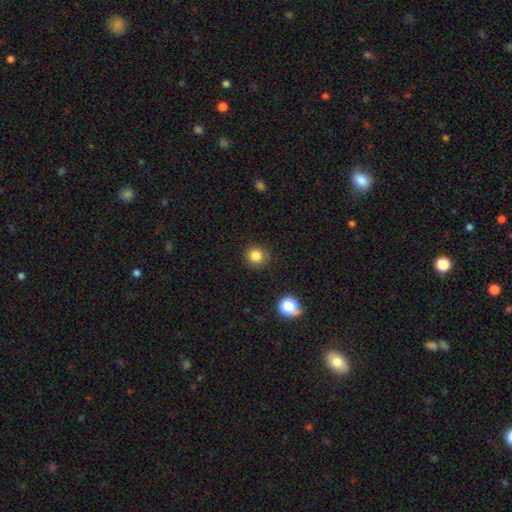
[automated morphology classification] Overall: smooth (83%). How rounded: round (89%). Merging: none (89%).